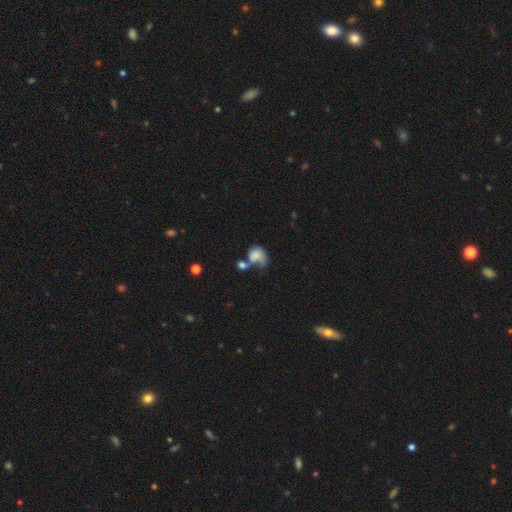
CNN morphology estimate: Smooth or featured? Predicted: smooth (p=0.63). How rounded? Predicted: in between (p=0.58). Merging? Predicted: merger (p=0.38).